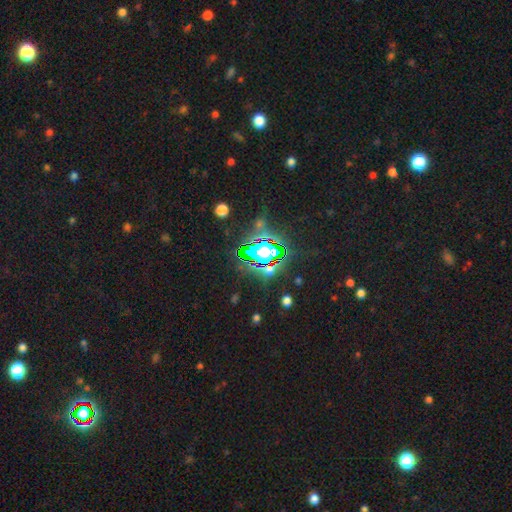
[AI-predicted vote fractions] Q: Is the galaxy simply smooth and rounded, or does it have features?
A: star or artifact — 82%.